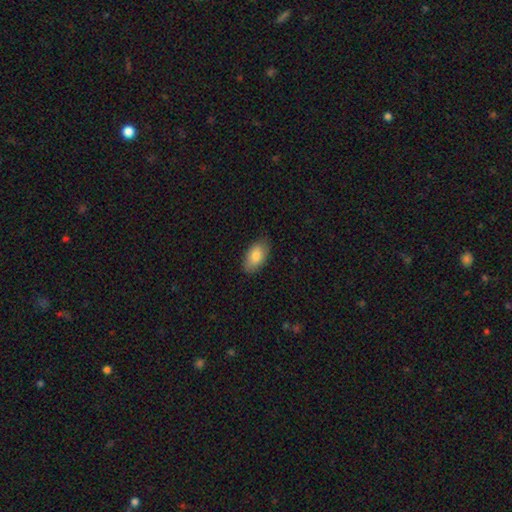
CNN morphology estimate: Smooth or featured? Predicted: smooth (p=0.82). How rounded? Predicted: in between (p=0.93). Merging? Predicted: none (p=0.84).